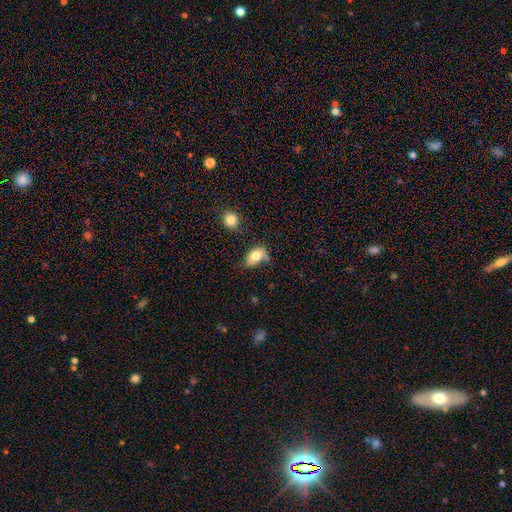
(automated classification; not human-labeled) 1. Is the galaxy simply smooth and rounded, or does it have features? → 72% smooth, 20% featured or disk, 8% star or artifact.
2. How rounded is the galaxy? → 85% in between, 13% round, 2% cigar-shaped.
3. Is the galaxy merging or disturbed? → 37% none, 33% minor disturbance, 21% major disturbance, 9% merger.